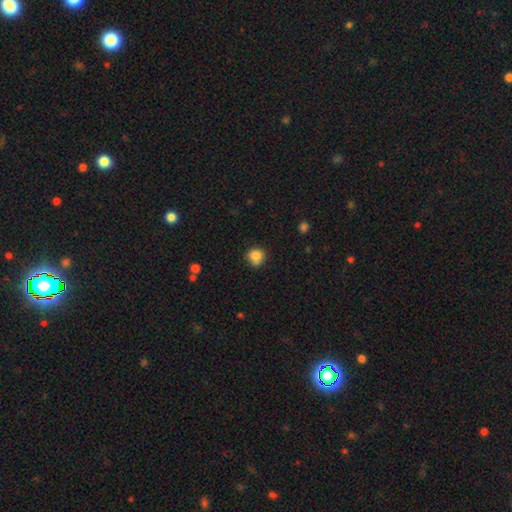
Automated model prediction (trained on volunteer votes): Q: Smooth or featured?
A: smooth (84%); runner-up: star or artifact (10%)
Q: How rounded?
A: round (87%); runner-up: in between (12%)
Q: Merging?
A: none (72%); runner-up: minor disturbance (20%)